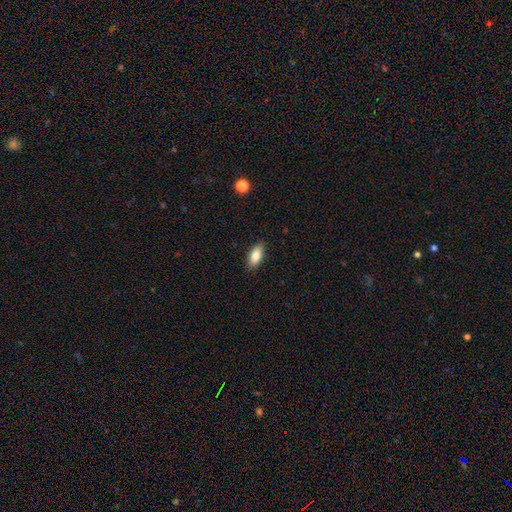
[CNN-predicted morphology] Smooth or featured? smooth (81%)
How rounded? in between (86%)
Merging? none (89%)